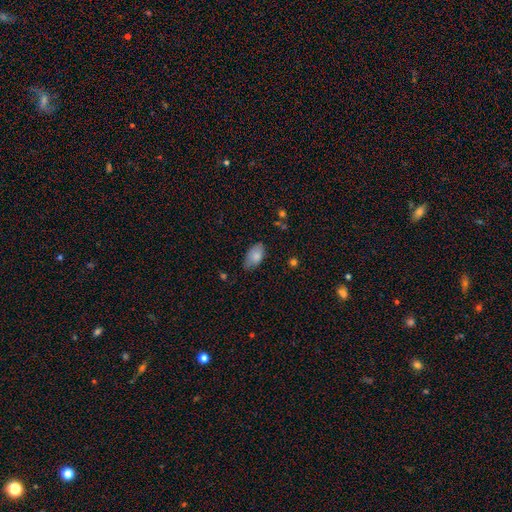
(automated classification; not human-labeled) This is clearly a smooth galaxy (83%). How rounded: clearly in between (94%). Merging: likely none (74%).